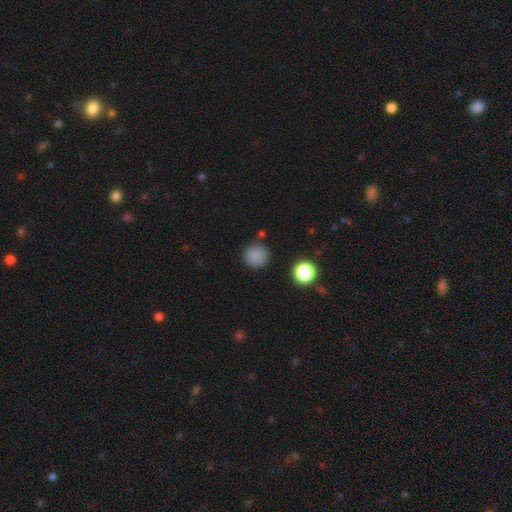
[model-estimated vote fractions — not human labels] smooth 82%, star or artifact 13%, featured or disk 5%. Down the decision tree: how rounded — round (92%); merging — none (83%).